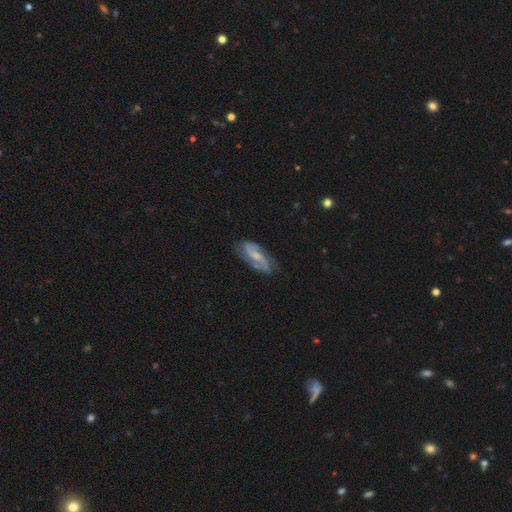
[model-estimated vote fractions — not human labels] smooth-or-featured: featured or disk: 84% | smooth: 11% | star or artifact: 5%
  disk-edge-on: no: 94% | yes: 6%
    bar: weak: 46% | no: 34% | strong: 19%
    has-spiral-arms: yes: 97% | no: 3%
      spiral-winding: medium: 51% | loose: 26% | tight: 23%
      spiral-arm-count: 2: 90% | can't tell: 4% | 3: 2% | 1: 2% | 4: 1% | more than 4: 1%
    bulge-size: small: 46% | moderate: 38% | none: 13% | large: 3% | dominant: 1%
  merging: none: 79% | minor disturbance: 16% | major disturbance: 4% | merger: 1%